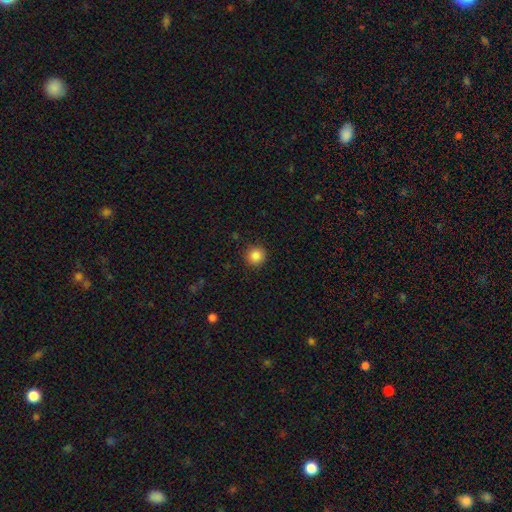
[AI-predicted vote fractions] This is clearly a smooth galaxy (86%). How rounded: clearly round (94%). Merging: clearly none (91%).